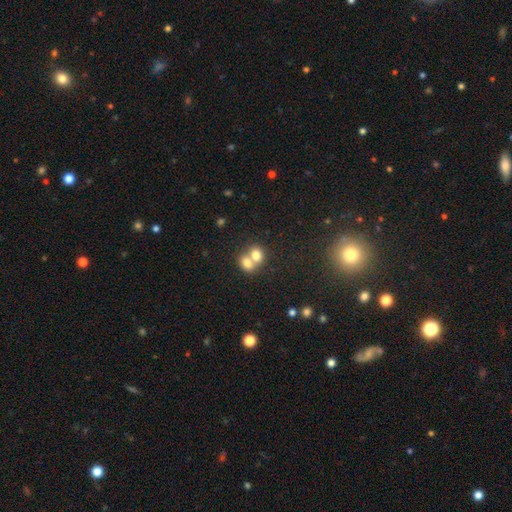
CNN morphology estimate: Smooth or featured? smooth (75%)
How rounded? in between (50%)
Merging? merger (71%)